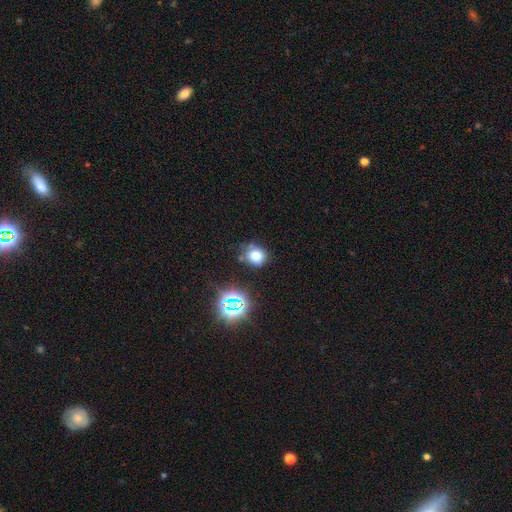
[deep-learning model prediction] A smooth galaxy with no disk features (71%) that is round (77%). Merging: none (70%).